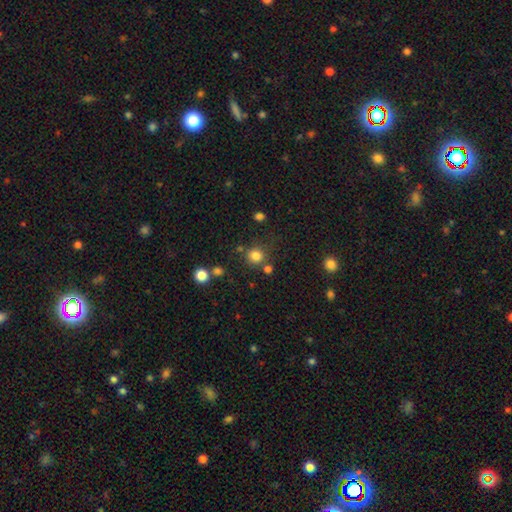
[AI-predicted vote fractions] Smooth or featured? smooth (81%)
How rounded? round (90%)
Merging? none (76%)